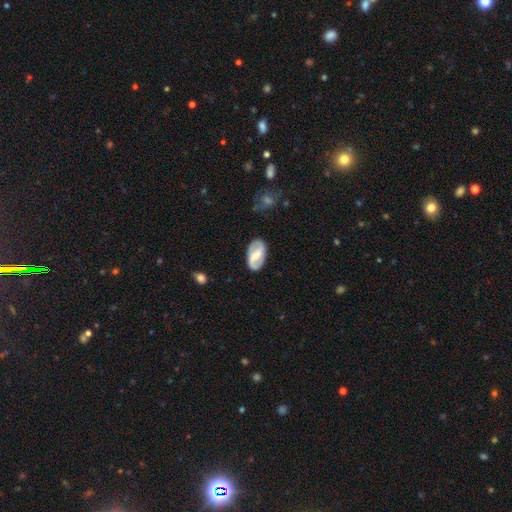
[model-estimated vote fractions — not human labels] Morphology: type=featured or disk (66%); edge-on=no (95%); bar=strong (48%); spiral arms=yes (79%); bulge=moderate (36%); merging=none (81%).